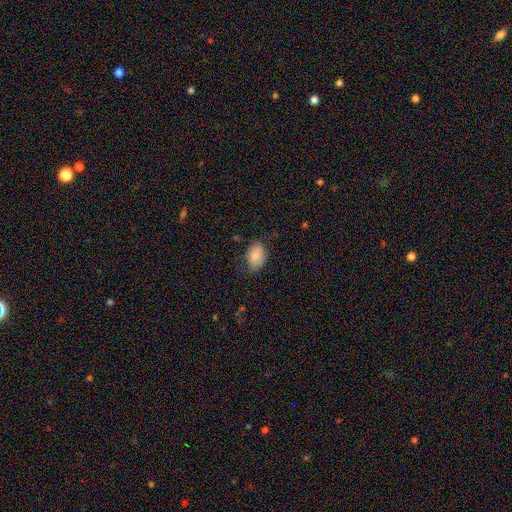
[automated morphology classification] Overall: smooth (82%). How rounded: in between (84%). Merging: none (68%).